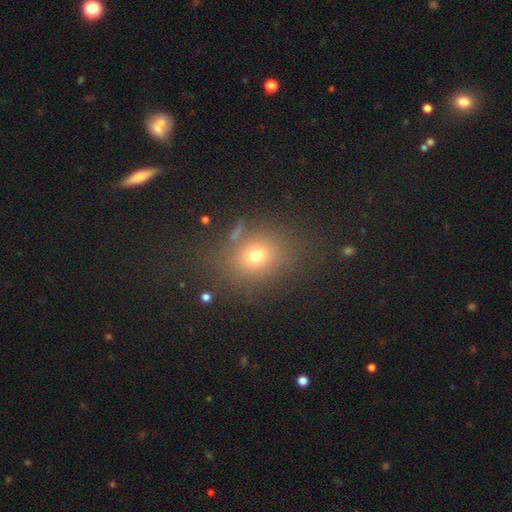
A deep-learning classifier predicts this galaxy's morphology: Smooth or featured? smooth (69%)
How rounded? round (56%)
Merging? none (76%)